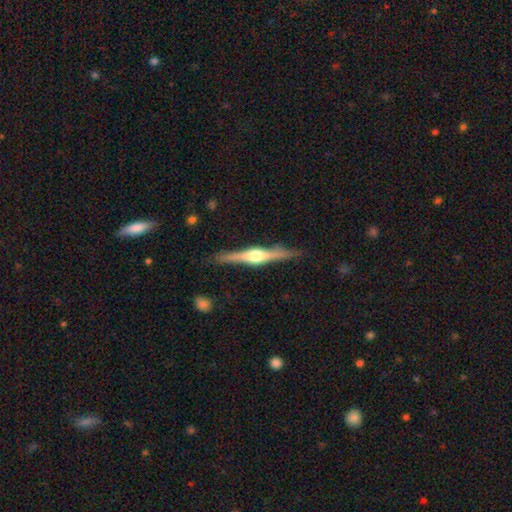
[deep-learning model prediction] A featured or disk galaxy (79%) viewed edge-on (98%) with a rounded central bulge (92%).

Vote fractions:
- Smooth or featured? featured or disk: 79% / smooth: 16% / star or artifact: 5%
- Edge-on disk? yes: 98% / no: 2%
- Edge-on bulge? rounded: 92% / boxy: 6% / none: 2%
- Merging? none: 88% / minor disturbance: 9% / major disturbance: 2% / merger: 1%